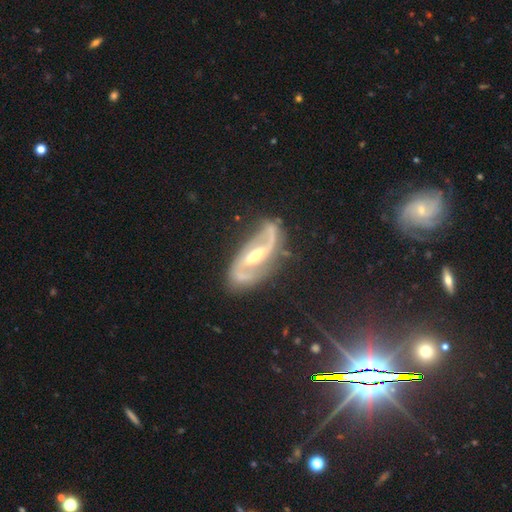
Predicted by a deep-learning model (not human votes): This appears to be a featured or disk galaxy (89%) with a strong bar (43%), 2 (91%) medium (44%) spiral arms (95%) and a moderate central bulge (61%). Merging: none (70%).